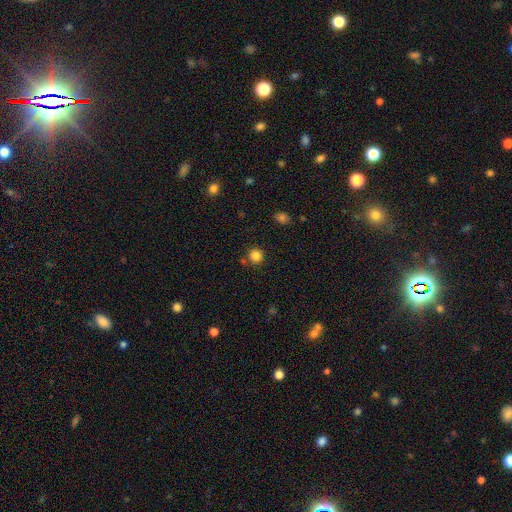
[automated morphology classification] smooth 84%, star or artifact 12%, featured or disk 4%. Down the decision tree: how rounded — round (93%); merging — none (84%).